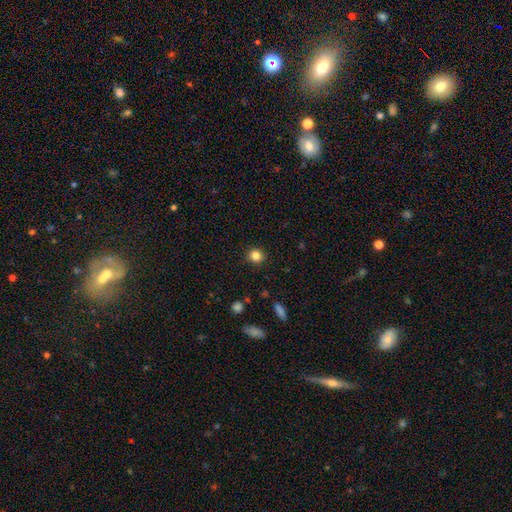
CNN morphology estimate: This appears to be a smooth galaxy with no disk features (83%) that is round (88%). Merging: none (90%).